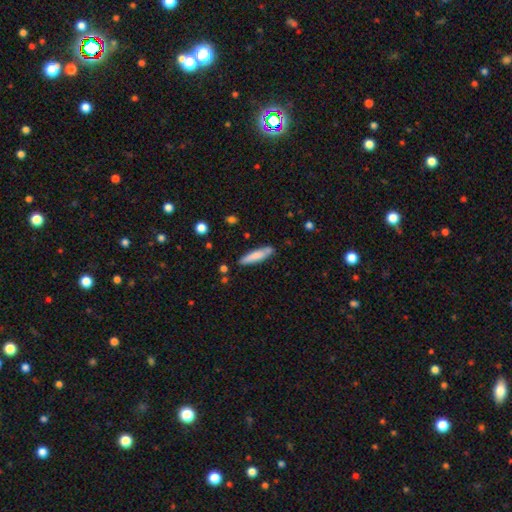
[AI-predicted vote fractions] Q: Smooth or featured?
A: smooth (78%); runner-up: featured or disk (16%)
Q: How rounded?
A: cigar-shaped (80%); runner-up: in between (19%)
Q: Merging?
A: none (79%); runner-up: minor disturbance (15%)